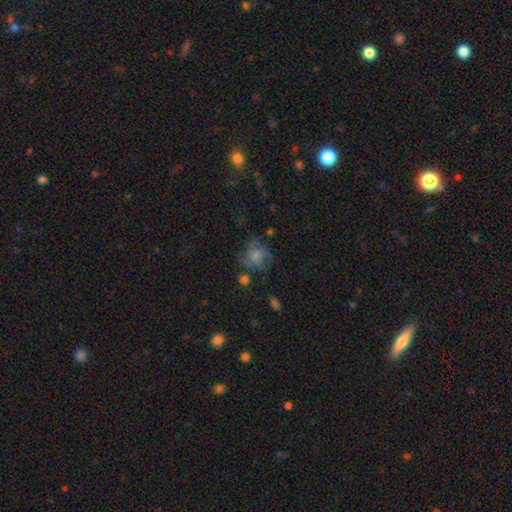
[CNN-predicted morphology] Smooth or featured: smooth — 51% (featured or disk — 38%)
How rounded: round — 72% (in between — 27%)
Merging: none — 51% (minor disturbance — 23%)